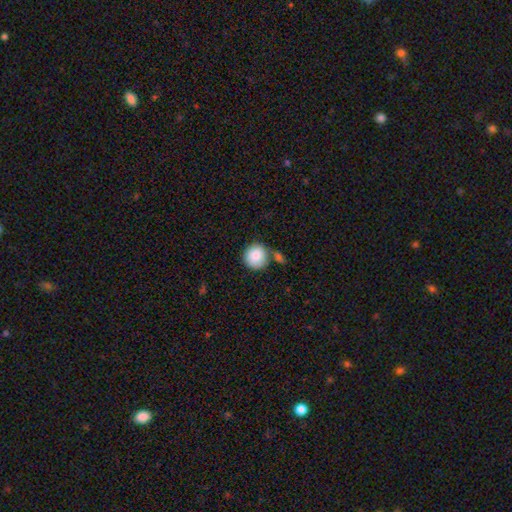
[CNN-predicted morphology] Smooth or featured?
  - smooth: 86% *
  - star or artifact: 7%
  - featured or disk: 7%
How rounded?
  - round: 92% *
  - in between: 7%
  - cigar-shaped: 1%
Merging?
  - none: 67% *
  - merger: 16%
  - minor disturbance: 13%
  - major disturbance: 4%